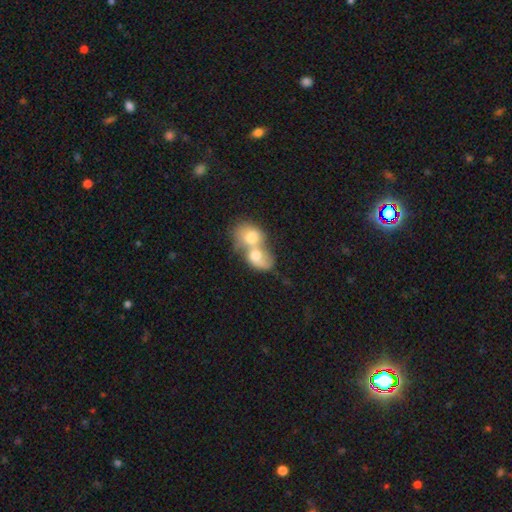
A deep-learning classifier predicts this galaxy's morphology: This is likely a smooth galaxy (65%). How rounded: possibly in between (55%). Merging: clearly merger (86%).